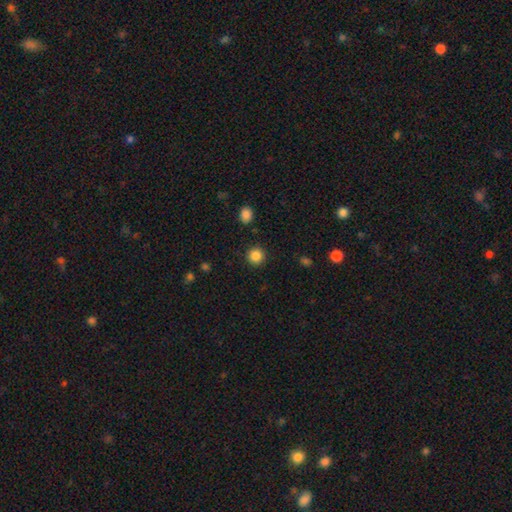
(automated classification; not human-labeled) Q: Smooth or featured?
A: smooth (86%); runner-up: star or artifact (11%)
Q: How rounded?
A: round (94%); runner-up: in between (5%)
Q: Merging?
A: none (91%); runner-up: minor disturbance (5%)